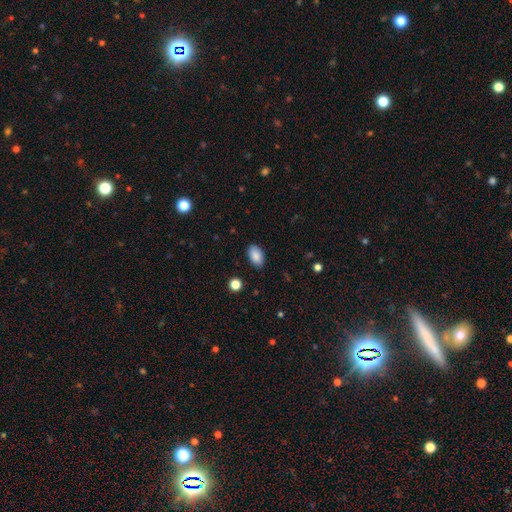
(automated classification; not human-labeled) A smooth galaxy with no disk features (88%) that is in between round and cigar-shaped (93%).

Vote fractions:
- Smooth or featured? smooth: 88% / star or artifact: 7% / featured or disk: 4%
- How rounded? in between: 93% / round: 6% / cigar-shaped: 1%
- Merging? none: 87% / minor disturbance: 9% / major disturbance: 2% / merger: 1%